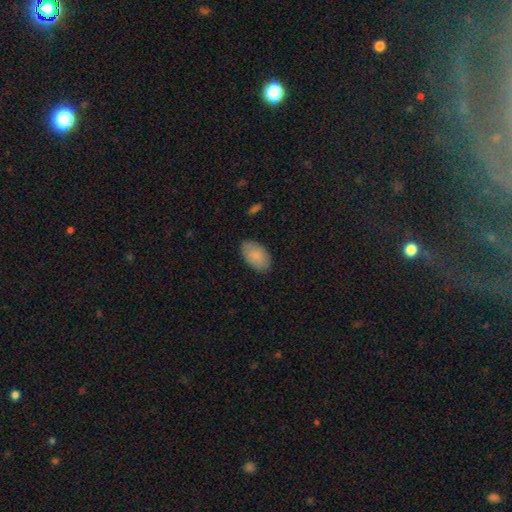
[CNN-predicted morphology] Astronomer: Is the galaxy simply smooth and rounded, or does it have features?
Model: smooth — 87%.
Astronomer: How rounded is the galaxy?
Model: in between — 94%.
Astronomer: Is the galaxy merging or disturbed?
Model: none — 85%.